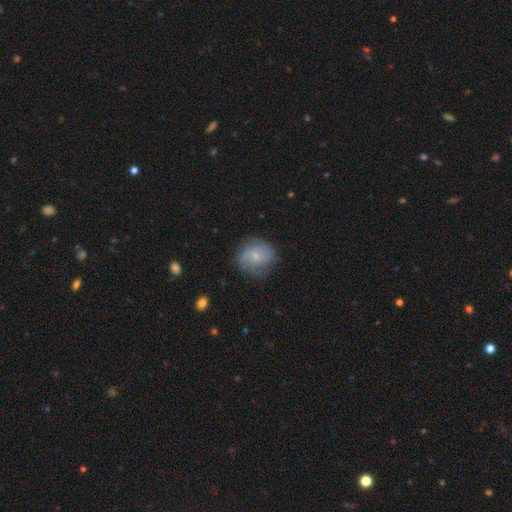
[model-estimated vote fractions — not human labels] This is possibly a featured or disk galaxy (56%). It is clearly not viewed edge-on (97%). Bar: likely no (70%). Spiral arm pattern: clearly yes (86%). Central bulge: likely small (72%). Merging: likely none (70%).